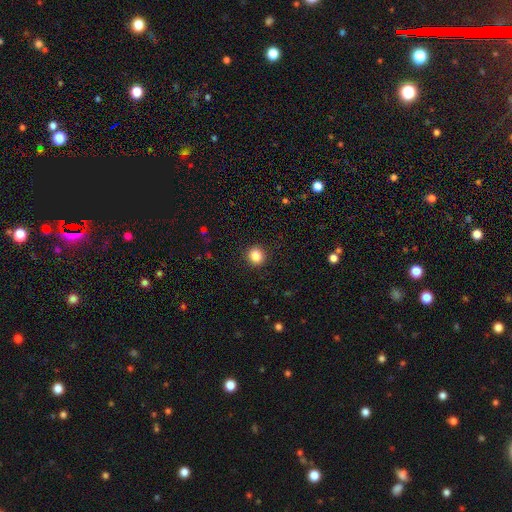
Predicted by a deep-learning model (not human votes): Q: Smooth or featured?
A: smooth (85%); runner-up: star or artifact (11%)
Q: How rounded?
A: round (90%); runner-up: in between (9%)
Q: Merging?
A: none (92%); runner-up: minor disturbance (5%)